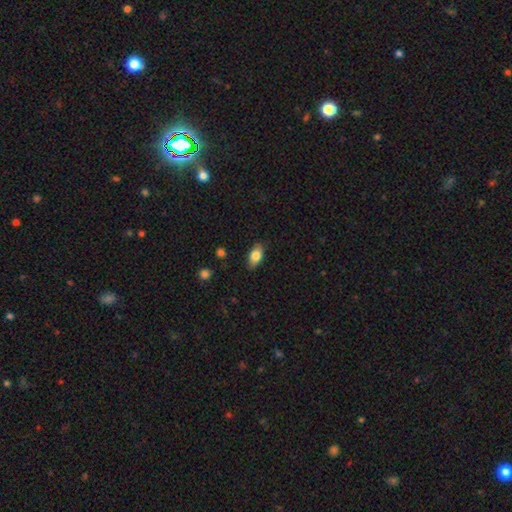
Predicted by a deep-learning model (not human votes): Smooth or featured? Predicted: smooth (p=0.80). How rounded? Predicted: in between (p=0.88). Merging? Predicted: none (p=0.86).